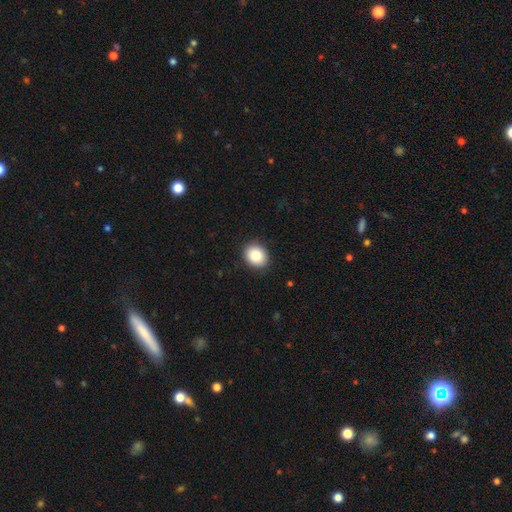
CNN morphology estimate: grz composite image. It shows a smooth galaxy with no disk features (86%) that is round (60%). Merging: none (89%).